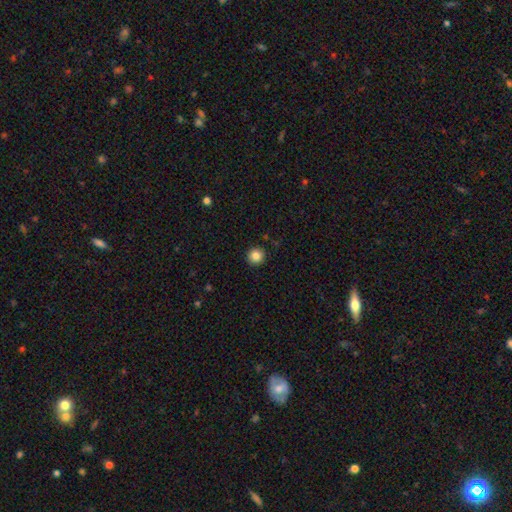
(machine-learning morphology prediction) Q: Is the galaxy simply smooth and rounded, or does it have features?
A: smooth — 85%.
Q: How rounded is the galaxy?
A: round — 95%.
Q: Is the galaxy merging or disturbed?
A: none — 92%.